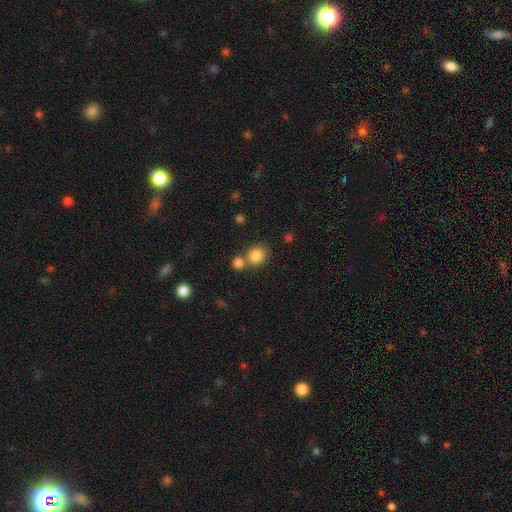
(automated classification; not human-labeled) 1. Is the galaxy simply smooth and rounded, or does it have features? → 84% smooth, 10% star or artifact, 6% featured or disk.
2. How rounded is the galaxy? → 75% round, 24% in between, 1% cigar-shaped.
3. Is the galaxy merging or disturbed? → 57% none, 31% merger, 9% minor disturbance, 3% major disturbance.